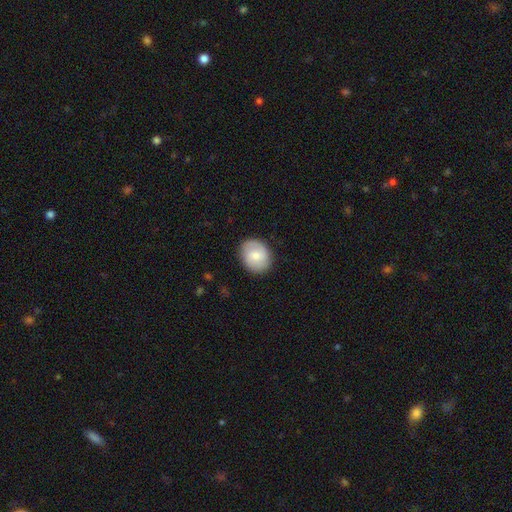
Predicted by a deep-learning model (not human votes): A smooth galaxy with no disk features (65%) that is round (65%). Merging: none (86%).